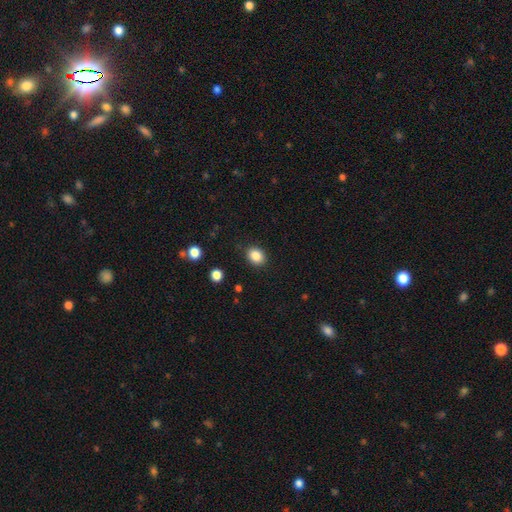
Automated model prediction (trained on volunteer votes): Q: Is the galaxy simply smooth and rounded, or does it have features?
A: smooth — 86%.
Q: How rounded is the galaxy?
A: in between — 53%.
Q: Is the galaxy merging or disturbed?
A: none — 87%.